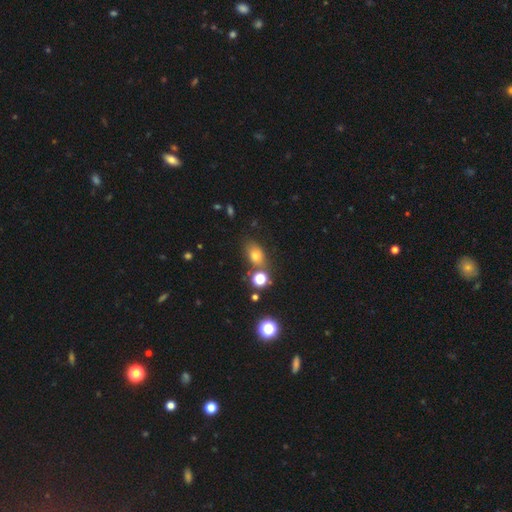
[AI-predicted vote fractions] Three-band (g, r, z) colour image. It shows a smooth galaxy with no disk features (72%) that is in between round and cigar-shaped (68%). Merging: none (67%).